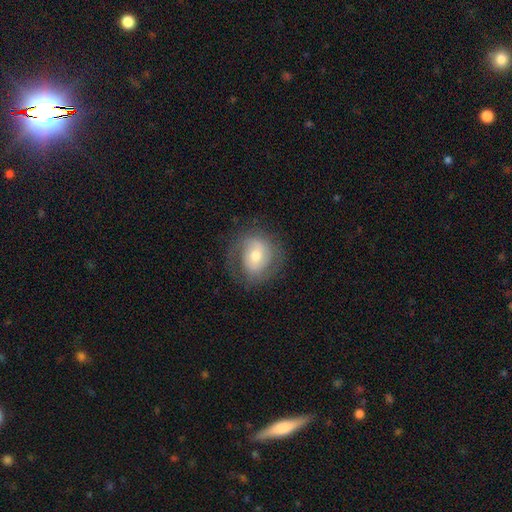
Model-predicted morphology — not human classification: A featured or disk galaxy (58%) with no bar (45%), spiral arms (73%) and a moderate central bulge (56%).

Vote fractions:
- Smooth or featured? featured or disk: 58% / smooth: 32% / star or artifact: 10%
- Edge-on disk? no: 96% / yes: 4%
- Bar? no: 45% / weak: 37% / strong: 18%
- Spiral arms? yes: 73% / no: 27%
- Bulge size? moderate: 56% / small: 35% / large: 6% / none: 1% / dominant: 1%
- Merging? none: 76% / minor disturbance: 14% / major disturbance: 9% / merger: 1%